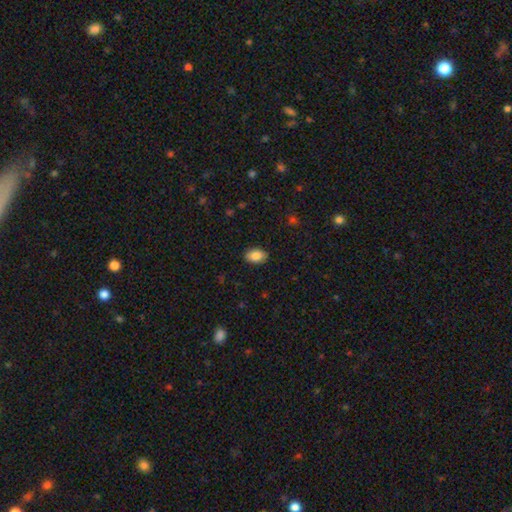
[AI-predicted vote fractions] Smooth or featured? Predicted: smooth (p=0.86). How rounded? Predicted: in between (p=0.88). Merging? Predicted: none (p=0.88).